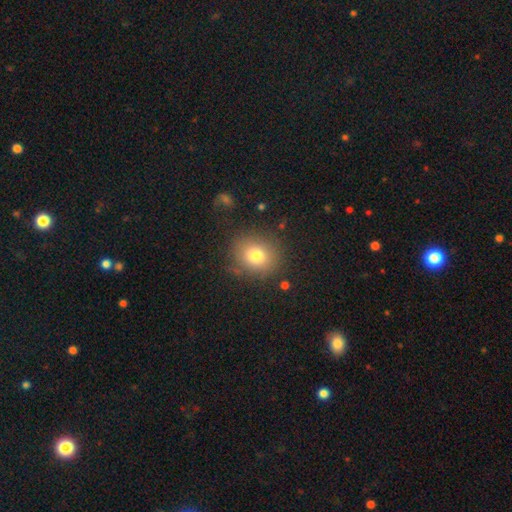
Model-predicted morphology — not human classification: Smooth or featured: smooth — 77% (star or artifact — 12%)
How rounded: round — 75% (in between — 24%)
Merging: none — 82% (minor disturbance — 11%)